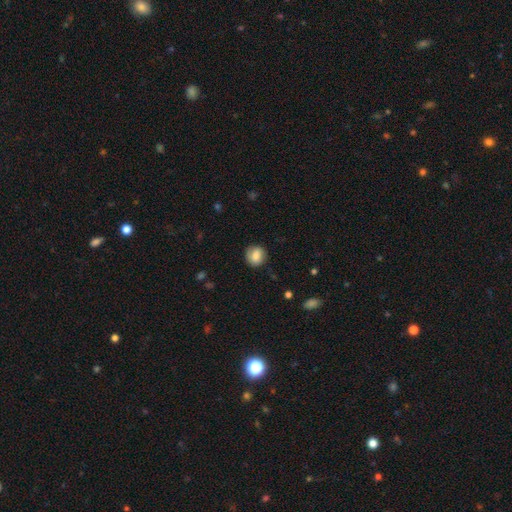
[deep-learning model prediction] smooth-or-featured: smooth: 79% | featured or disk: 13% | star or artifact: 8%
  how-rounded: round: 82% | in between: 17% | cigar-shaped: 1%
  merging: none: 79% | minor disturbance: 16% | major disturbance: 4% | merger: 1%